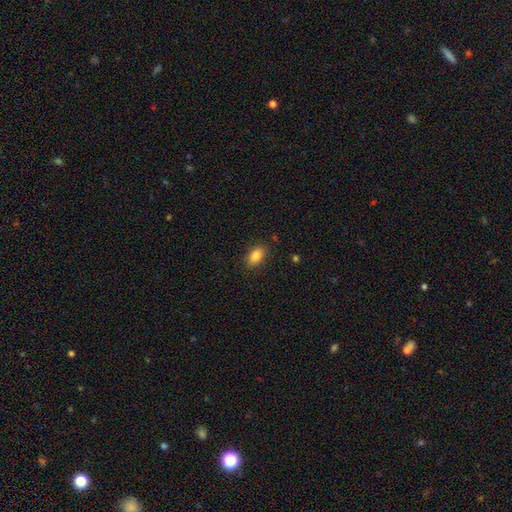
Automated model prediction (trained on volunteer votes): Smooth or featured?
  - smooth: 86% *
  - star or artifact: 8%
  - featured or disk: 6%
How rounded?
  - in between: 89% *
  - round: 8%
  - cigar-shaped: 3%
Merging?
  - none: 87% *
  - minor disturbance: 9%
  - major disturbance: 3%
  - merger: 1%